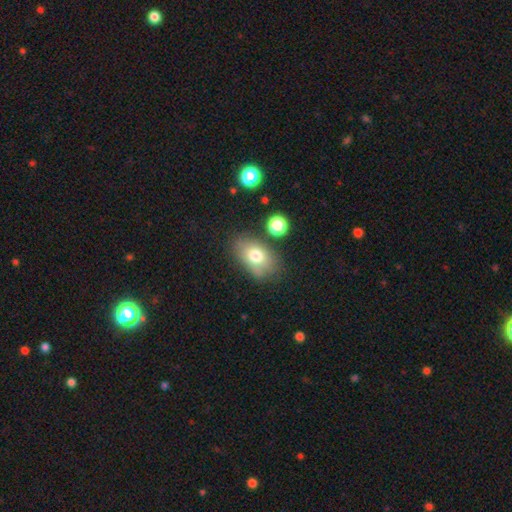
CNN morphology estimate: Smooth or featured?
  - smooth: 74% *
  - featured or disk: 17%
  - star or artifact: 10%
How rounded?
  - in between: 85% *
  - round: 14%
  - cigar-shaped: 2%
Merging?
  - none: 69% *
  - minor disturbance: 18%
  - merger: 7%
  - major disturbance: 6%